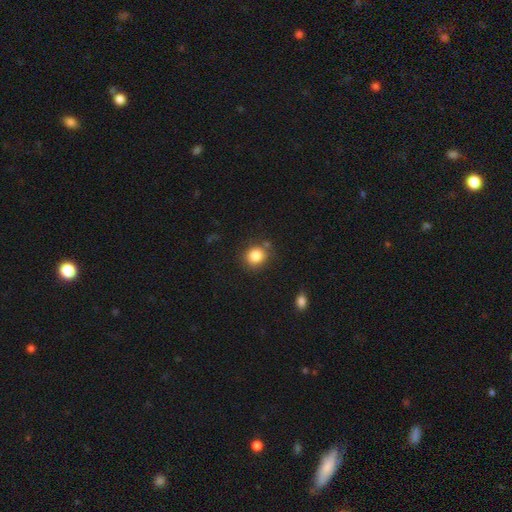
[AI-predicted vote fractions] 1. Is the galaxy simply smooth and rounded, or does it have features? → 84% smooth, 10% star or artifact, 6% featured or disk.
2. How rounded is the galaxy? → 78% round, 21% in between, 1% cigar-shaped.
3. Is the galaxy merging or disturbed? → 79% none, 12% minor disturbance, 6% merger, 4% major disturbance.